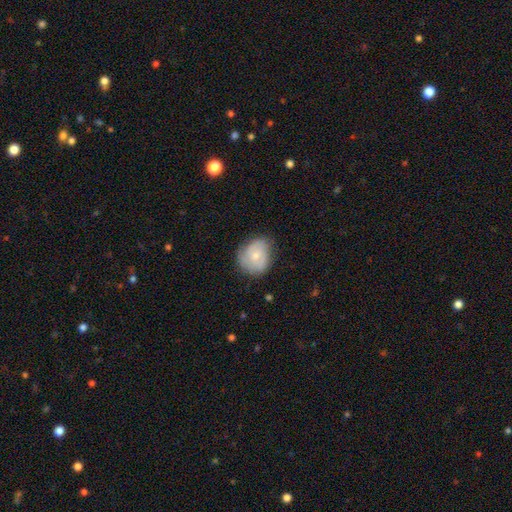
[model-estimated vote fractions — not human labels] A smooth galaxy with no disk features (60%) that is round (63%).

Vote fractions:
- Smooth or featured? smooth: 60% / featured or disk: 33% / star or artifact: 7%
- How rounded? round: 63% / in between: 36% / cigar-shaped: 1%
- Merging? none: 60% / minor disturbance: 30% / major disturbance: 8% / merger: 1%